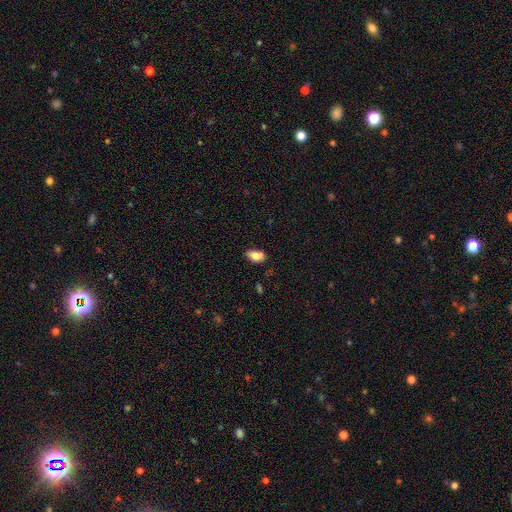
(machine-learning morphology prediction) smooth-or-featured: smooth: 80% | featured or disk: 13% | star or artifact: 8%
  how-rounded: in between: 91% | round: 6% | cigar-shaped: 3%
  merging: none: 78% | minor disturbance: 17% | major disturbance: 3% | merger: 2%